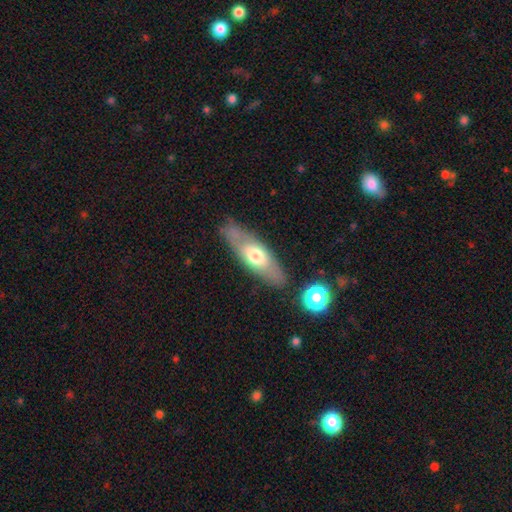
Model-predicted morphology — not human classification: The model was most divided on "smooth or featured": smooth: 55%, featured or disk: 39%, star or artifact: 6%. More confident: merging — none (79%); how rounded — in between (60%).